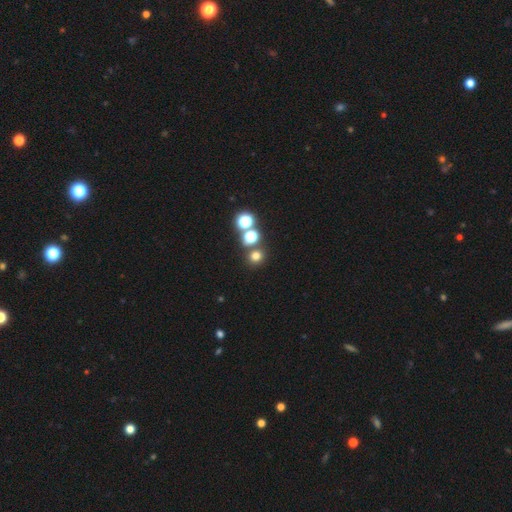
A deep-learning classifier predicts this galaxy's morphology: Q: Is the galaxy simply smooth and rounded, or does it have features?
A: smooth — 70%.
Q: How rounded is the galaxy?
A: round — 90%.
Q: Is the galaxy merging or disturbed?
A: none — 76%.